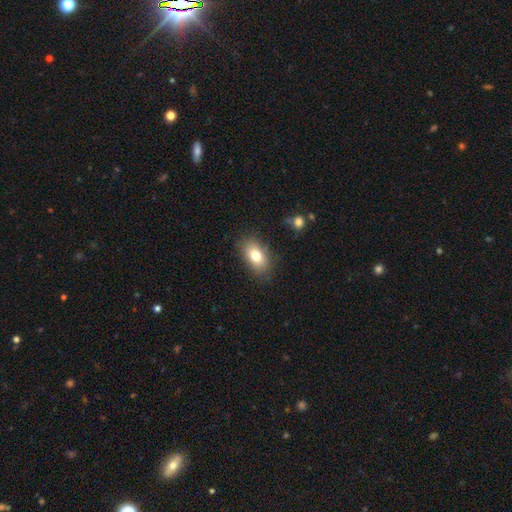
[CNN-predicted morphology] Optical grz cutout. It shows a smooth galaxy with no disk features (77%) that is in between round and cigar-shaped (85%). Merging: none (82%).